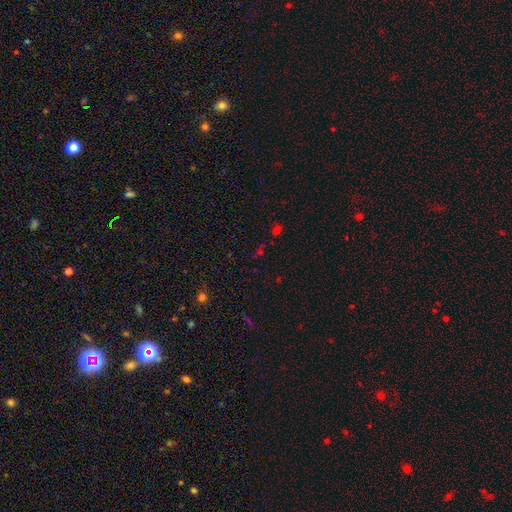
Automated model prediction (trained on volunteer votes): Smooth or featured? star or artifact (63%)